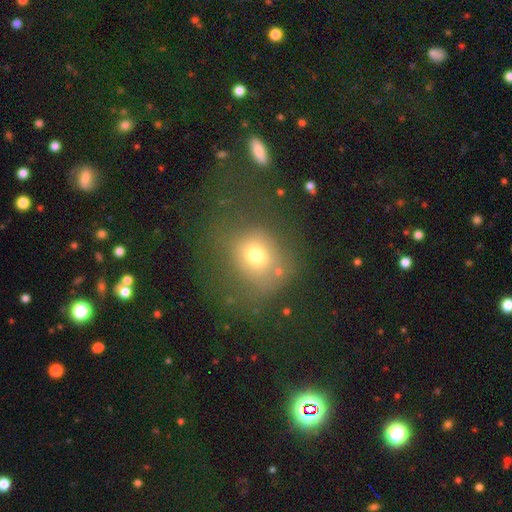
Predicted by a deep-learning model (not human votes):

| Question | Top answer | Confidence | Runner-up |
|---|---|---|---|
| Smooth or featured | smooth | 69% | featured or disk (16%) |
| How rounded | round | 72% | in between (27%) |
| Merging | none | 55% | minor disturbance (20%) |